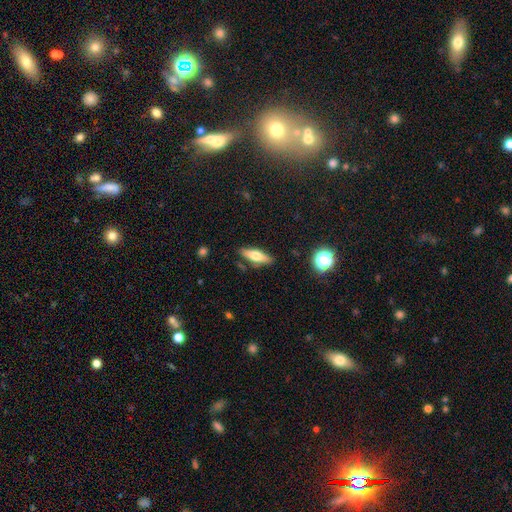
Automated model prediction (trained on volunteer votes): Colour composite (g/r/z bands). It shows a smooth galaxy with no disk features (57%) that is cigar-shaped (51%). Merging: none (83%).